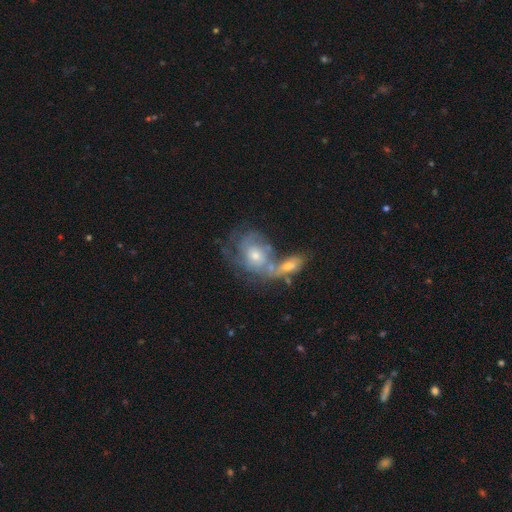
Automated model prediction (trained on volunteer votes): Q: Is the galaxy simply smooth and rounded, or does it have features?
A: featured or disk — 65%.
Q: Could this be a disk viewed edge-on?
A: no — 95%.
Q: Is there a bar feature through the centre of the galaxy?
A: no — 77%.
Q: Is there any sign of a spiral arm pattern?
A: yes — 72%.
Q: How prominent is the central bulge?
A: moderate — 50%.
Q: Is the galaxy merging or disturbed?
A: merger — 48%.